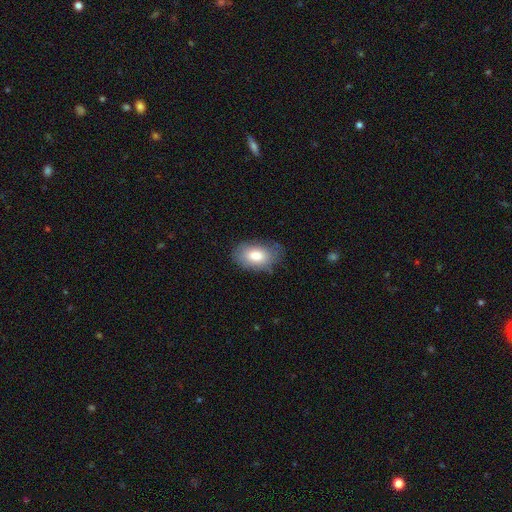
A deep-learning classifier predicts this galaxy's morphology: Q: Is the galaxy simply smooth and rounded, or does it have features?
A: smooth — 80%.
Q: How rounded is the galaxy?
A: in between — 91%.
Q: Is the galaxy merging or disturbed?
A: none — 71%.